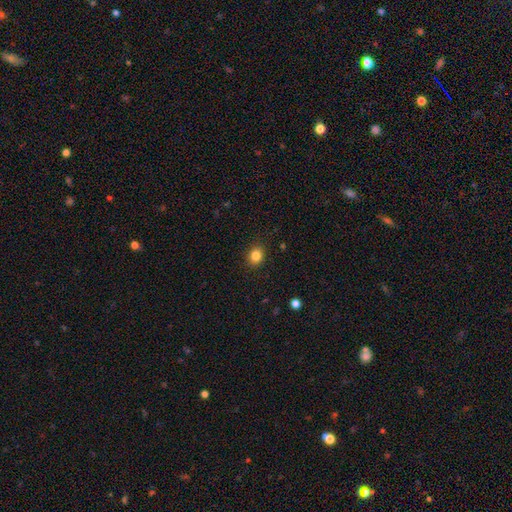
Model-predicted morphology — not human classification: This is clearly a smooth galaxy (84%). How rounded: likely round (61%). Merging: clearly none (90%).